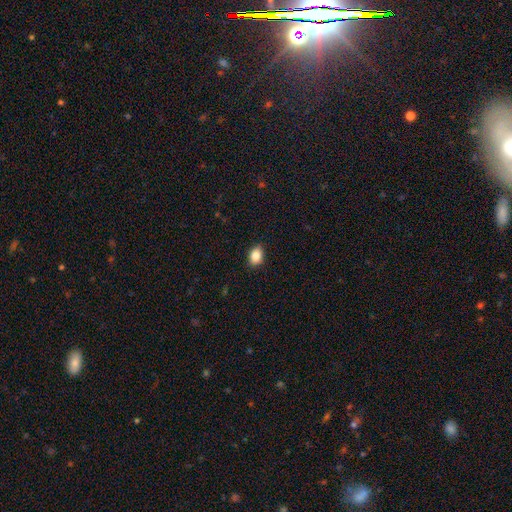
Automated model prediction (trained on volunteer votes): Smooth or featured? Predicted: smooth (p=0.87). How rounded? Predicted: in between (p=0.73). Merging? Predicted: none (p=0.87).